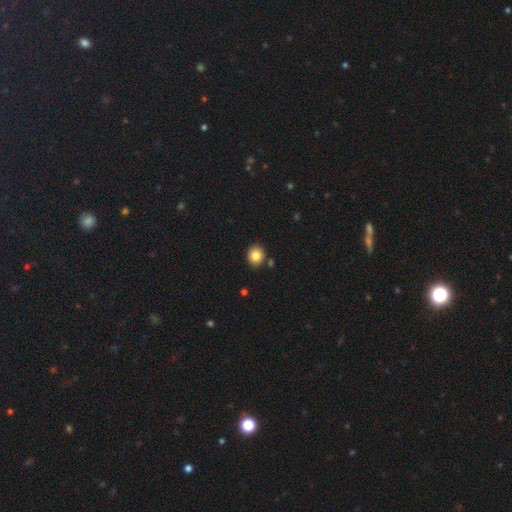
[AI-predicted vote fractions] Overall: smooth (83%). How rounded: round (74%). Merging: none (85%).